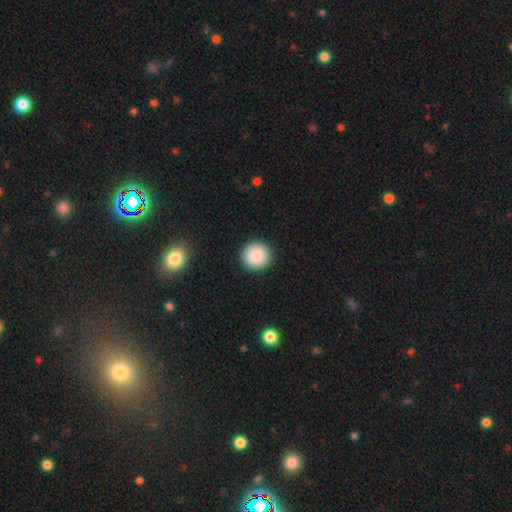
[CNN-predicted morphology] This appears to be a smooth galaxy with no disk features (89%) that is round (95%). Merging: none (93%).